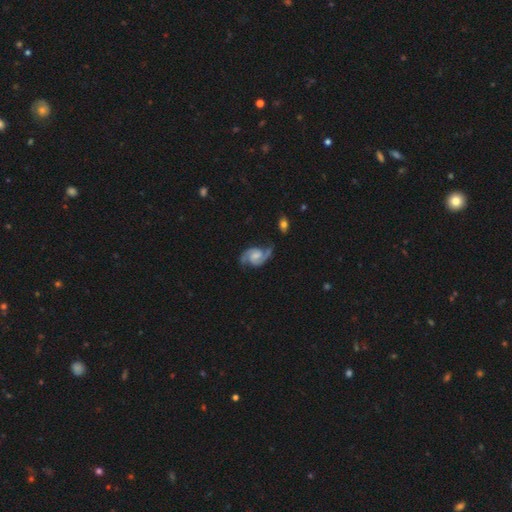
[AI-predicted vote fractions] Smooth or featured?
  - featured or disk: 90% *
  - smooth: 5%
  - star or artifact: 4%
Edge-on disk?
  - no: 98% *
  - yes: 2%
Bar?
  - weak: 45% *
  - no: 43%
  - strong: 12%
Spiral arms?
  - yes: 98% *
  - no: 2%
Spiral winding?
  - medium: 56% *
  - tight: 23%
  - loose: 20%
Spiral arm count?
  - 2: 93% *
  - can't tell: 2%
  - 3: 1%
  - 1: 1%
  - 4: 1%
  - more than 4: 1%
Bulge size?
  - small: 36% *
  - moderate: 31%
  - none: 26%
  - large: 6%
  - dominant: 1%
Merging?
  - none: 71% *
  - minor disturbance: 18%
  - major disturbance: 7%
  - merger: 4%